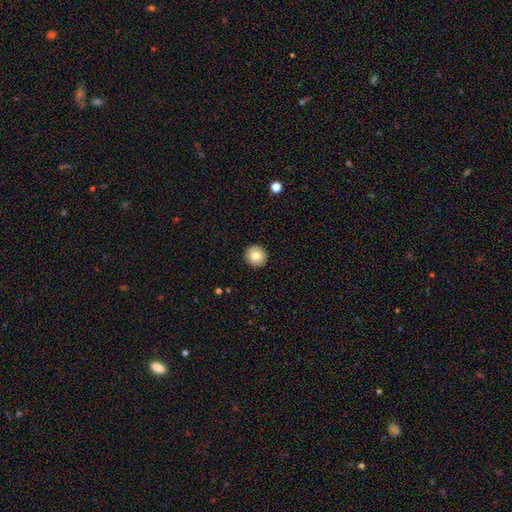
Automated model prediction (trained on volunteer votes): The model was most divided on "smooth or featured": smooth: 84%, star or artifact: 8%, featured or disk: 8%. More confident: how rounded — round (93%); merging — none (92%).